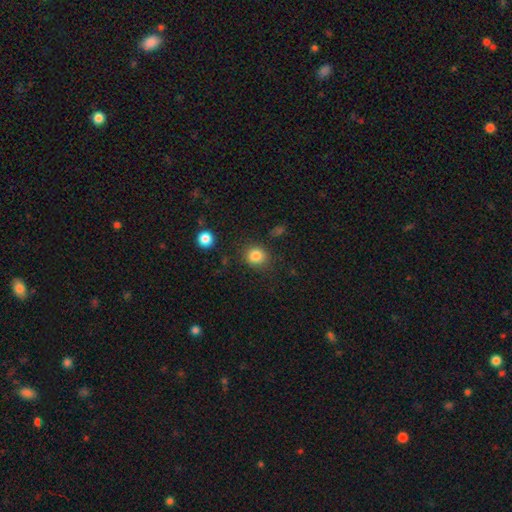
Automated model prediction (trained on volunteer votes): smooth 84%, star or artifact 11%, featured or disk 5%. Down the decision tree: how rounded — round (82%); merging — none (83%).